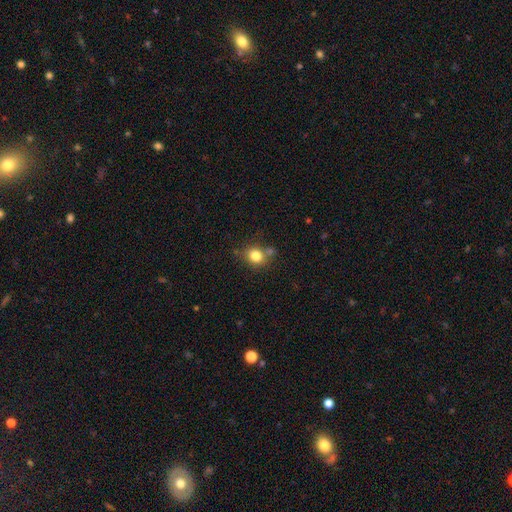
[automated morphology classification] type=smooth (81%); roundness=round (71%); merging=none (67%).